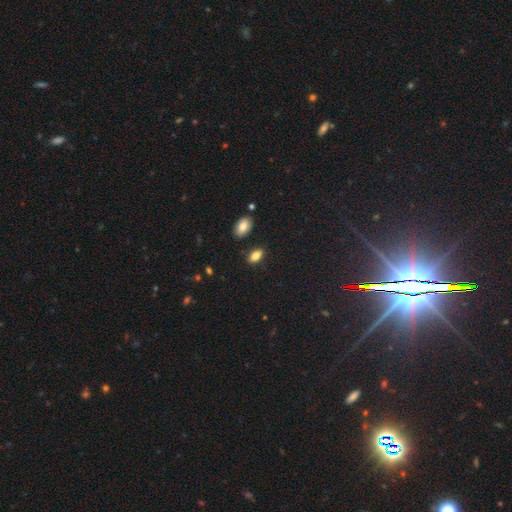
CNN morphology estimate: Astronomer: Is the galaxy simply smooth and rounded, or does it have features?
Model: smooth — 83%.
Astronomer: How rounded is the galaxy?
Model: in between — 90%.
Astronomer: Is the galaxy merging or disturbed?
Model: none — 84%.